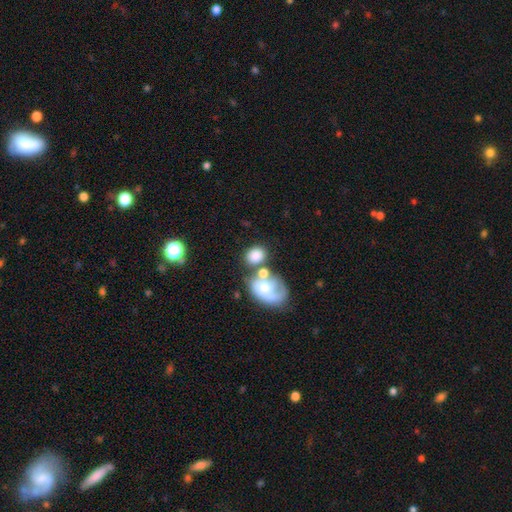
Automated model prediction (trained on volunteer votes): Smooth or featured? Predicted: smooth (p=0.73). How rounded? Predicted: round (p=0.52). Merging? Predicted: none (p=0.43).